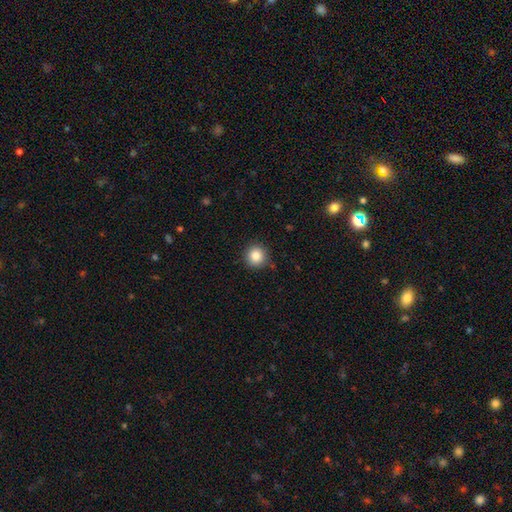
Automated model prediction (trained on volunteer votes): This appears to be a smooth galaxy with no disk features (86%) that is round (93%). Merging: none (88%).